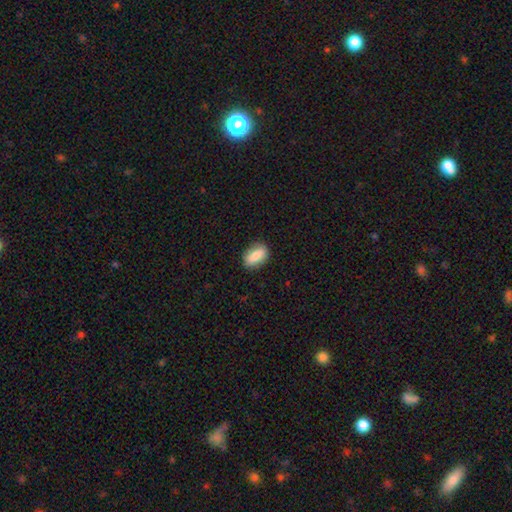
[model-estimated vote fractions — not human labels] smooth-or-featured: smooth: 75% | featured or disk: 18% | star or artifact: 7%
  how-rounded: in between: 83% | round: 10% | cigar-shaped: 7%
  merging: none: 83% | minor disturbance: 13% | major disturbance: 3% | merger: 1%